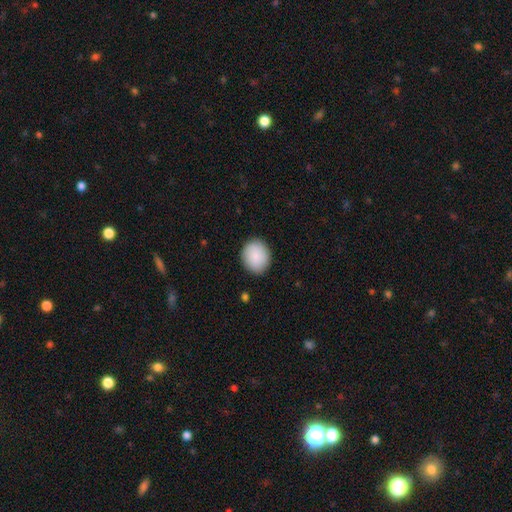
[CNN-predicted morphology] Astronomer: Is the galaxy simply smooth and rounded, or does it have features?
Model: smooth — 89%.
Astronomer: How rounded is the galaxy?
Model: round — 72%.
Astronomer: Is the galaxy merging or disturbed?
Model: none — 89%.